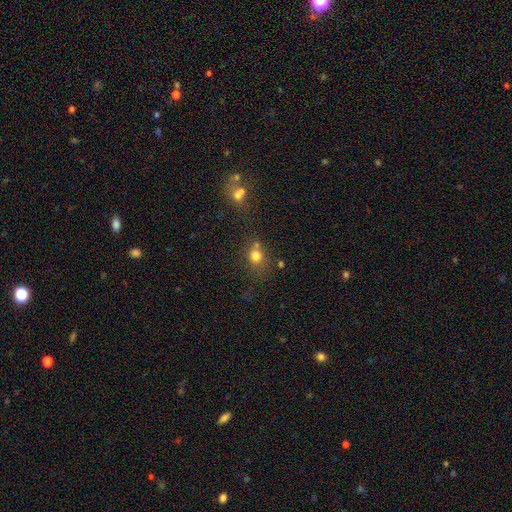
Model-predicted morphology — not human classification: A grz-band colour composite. It shows a smooth galaxy with no disk features (76%) that is round (75%). Merging: none (56%).